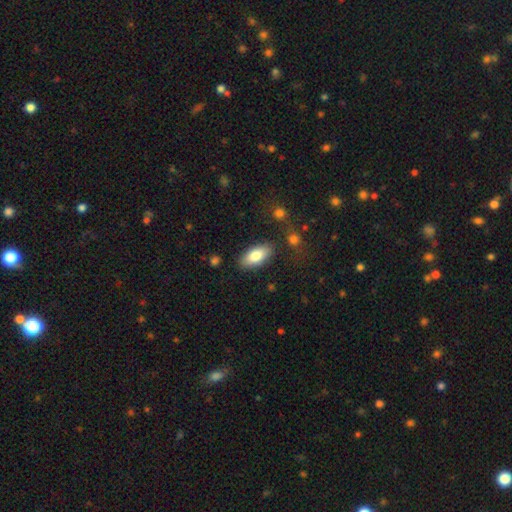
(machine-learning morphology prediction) This is clearly a smooth galaxy (80%). How rounded: clearly in between (89%). Merging: clearly none (83%).